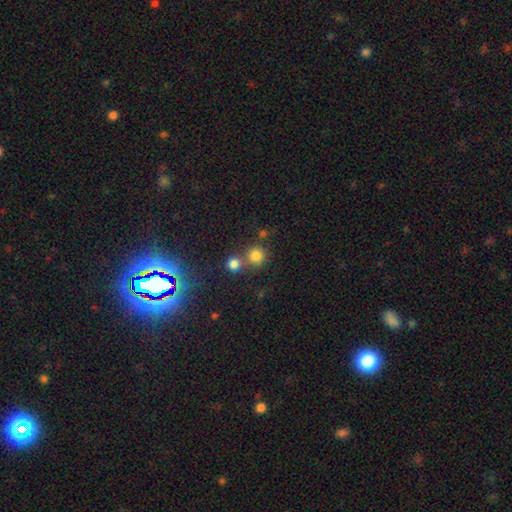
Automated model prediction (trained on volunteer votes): This appears to be a smooth galaxy with no disk features (80%) that is round (92%). Merging: none (62%).